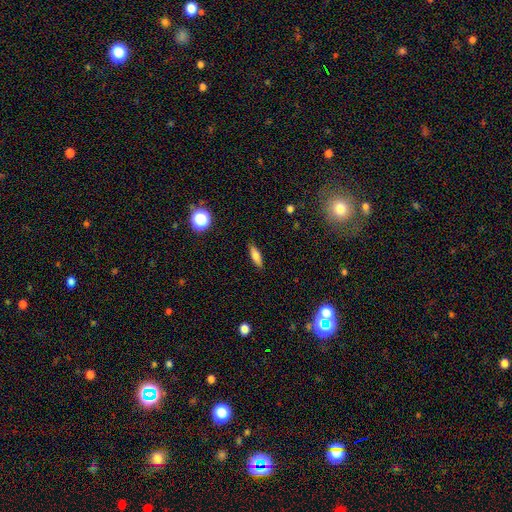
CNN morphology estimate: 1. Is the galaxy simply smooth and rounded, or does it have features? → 74% smooth, 17% featured or disk, 9% star or artifact.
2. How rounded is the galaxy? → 54% in between, 42% cigar-shaped, 4% round.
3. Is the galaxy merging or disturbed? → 87% none, 10% minor disturbance, 2% major disturbance, 1% merger.